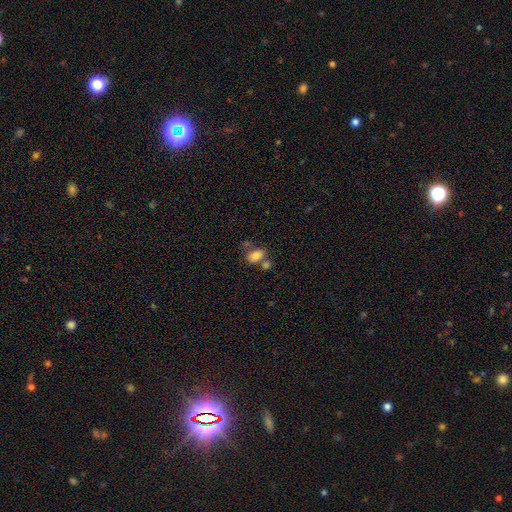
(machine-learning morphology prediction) This is likely a smooth galaxy (80%). How rounded: clearly in between (86%). Merging: marginally none (40%).